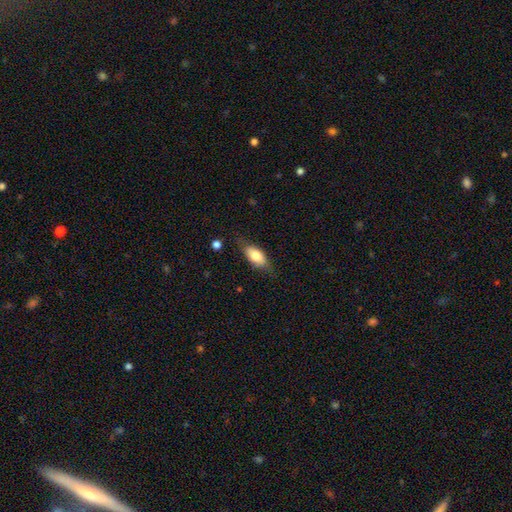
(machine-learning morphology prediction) smooth_or_featured: smooth (p=0.73) [alt: featured or disk p=0.20]
how_rounded: in between (p=0.84) [alt: cigar-shaped p=0.12]
merging: none (p=0.71) [alt: minor disturbance p=0.22]